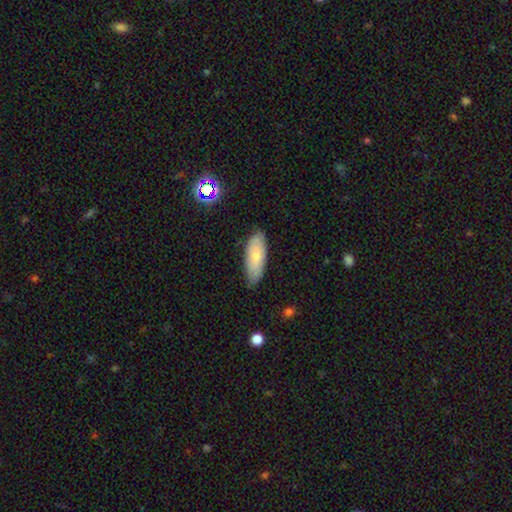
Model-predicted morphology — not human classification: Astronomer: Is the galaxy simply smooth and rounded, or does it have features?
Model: smooth — 71%.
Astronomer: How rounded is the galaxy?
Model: in between — 76%.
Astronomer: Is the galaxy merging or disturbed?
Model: none — 78%.